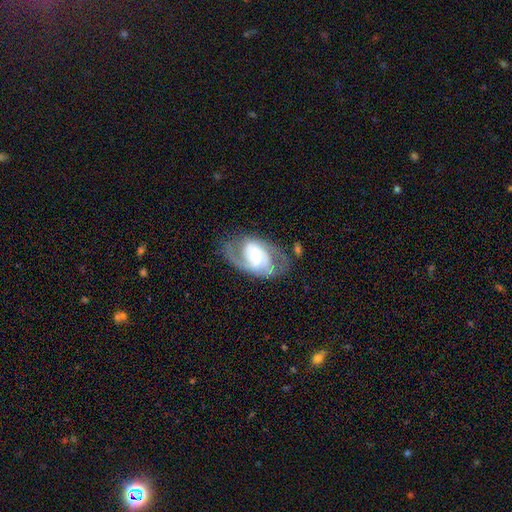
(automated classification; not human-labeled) smooth_or_featured: featured or disk (p=0.82) [alt: smooth p=0.13]
disk_edge_on: no (p=0.96) [alt: yes p=0.04]
bar: weak (p=0.46) [alt: no p=0.29]
has_spiral_arms: yes (p=0.90) [alt: no p=0.10]
spiral_winding: medium (p=0.49) [alt: tight p=0.32]
spiral_arm_count: 2 (p=0.73) [alt: can't tell p=0.13]
bulge_size: moderate (p=0.51) [alt: small p=0.38]
merging: none (p=0.65) [alt: minor disturbance p=0.19]